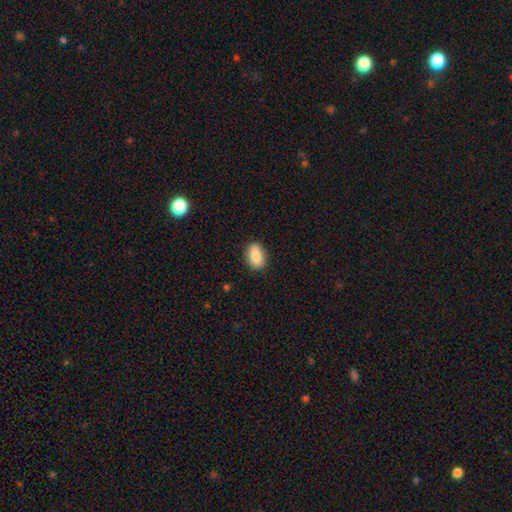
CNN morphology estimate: smooth_or_featured: smooth (p=0.83) [alt: featured or disk p=0.10]
how_rounded: in between (p=0.85) [alt: round p=0.09]
merging: none (p=0.87) [alt: minor disturbance p=0.10]